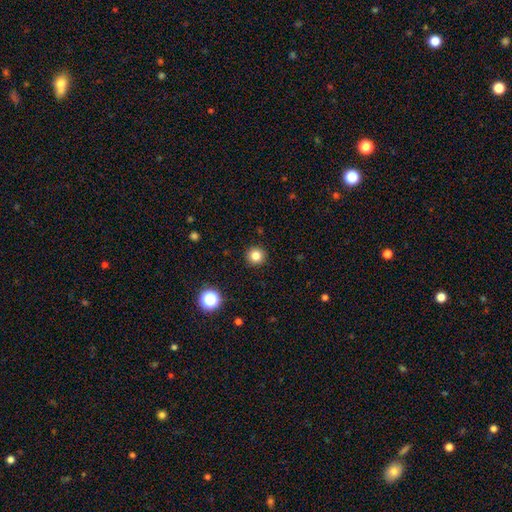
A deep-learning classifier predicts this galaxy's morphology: Q: Smooth or featured?
A: smooth (82%); runner-up: star or artifact (13%)
Q: How rounded?
A: round (95%); runner-up: in between (4%)
Q: Merging?
A: none (92%); runner-up: minor disturbance (5%)